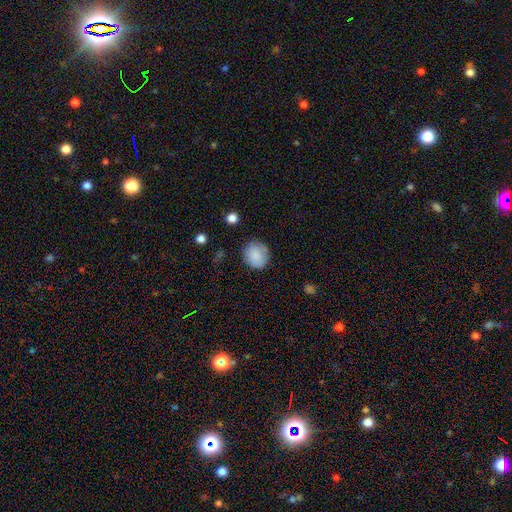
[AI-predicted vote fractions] Overall: smooth (87%). How rounded: round (79%). Merging: none (81%).